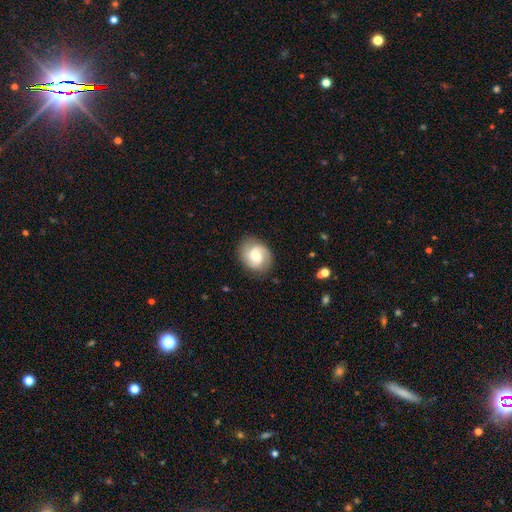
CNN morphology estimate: A featured or disk galaxy (58%) with no bar (48%), 2 (78%) medium (46%) spiral arms (90%) and a moderate central bulge (54%).

Vote fractions:
- Smooth or featured? featured or disk: 58% / smooth: 35% / star or artifact: 7%
- Edge-on disk? no: 97% / yes: 3%
- Bar? no: 48% / weak: 44% / strong: 9%
- Spiral arms? yes: 90% / no: 10%
- Spiral winding? medium: 46% / tight: 35% / loose: 19%
- Spiral arm count? 2: 78% / can't tell: 10% / 3: 4% / 1: 4% / 4: 1% / more than 4: 1%
- Bulge size? moderate: 54% / small: 32% / large: 10% / none: 3% / dominant: 2%
- Merging? none: 81% / minor disturbance: 14% / major disturbance: 5% / merger: 1%